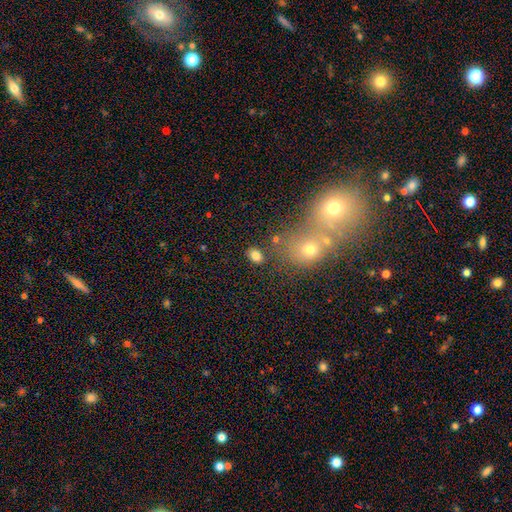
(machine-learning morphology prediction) Q: Smooth or featured?
A: smooth (81%); runner-up: star or artifact (11%)
Q: How rounded?
A: in between (77%); runner-up: round (22%)
Q: Merging?
A: none (76%); runner-up: minor disturbance (11%)